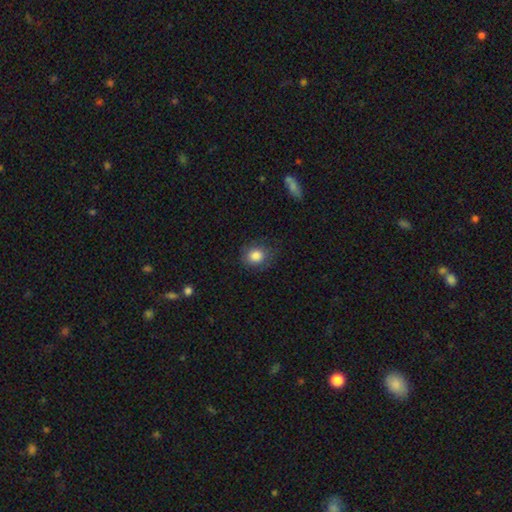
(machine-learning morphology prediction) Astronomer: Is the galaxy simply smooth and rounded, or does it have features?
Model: smooth — 85%.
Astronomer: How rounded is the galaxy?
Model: round — 63%.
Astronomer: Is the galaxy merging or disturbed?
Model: none — 78%.